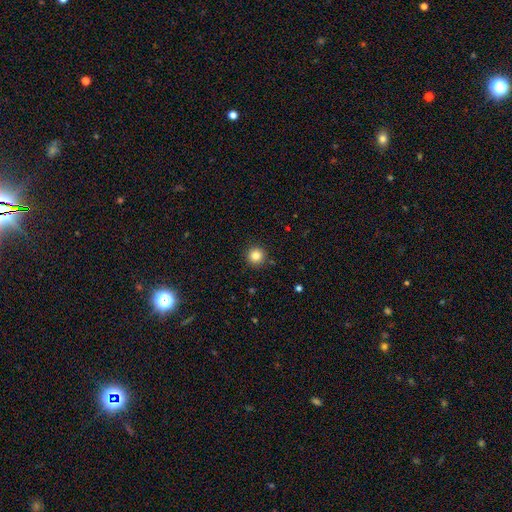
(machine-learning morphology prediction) Overall: smooth (84%). How rounded: round (95%). Merging: none (91%).